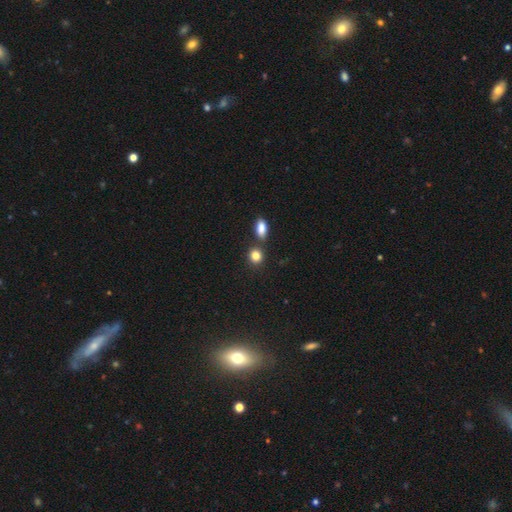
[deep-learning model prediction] Q: Smooth or featured?
A: smooth (85%); runner-up: star or artifact (10%)
Q: How rounded?
A: round (72%); runner-up: in between (26%)
Q: Merging?
A: none (70%); runner-up: merger (18%)